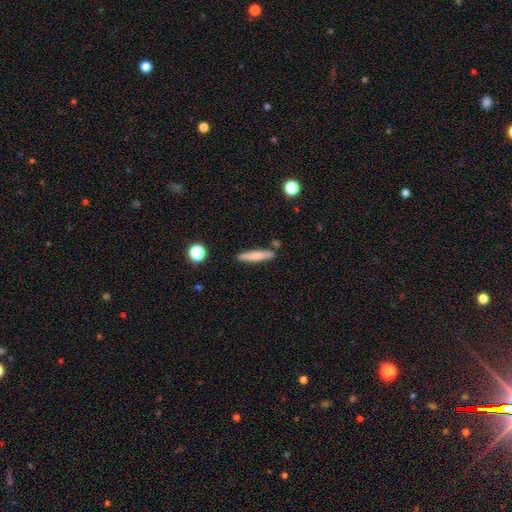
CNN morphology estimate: type=smooth (71%); roundness=cigar-shaped (91%); merging=none (84%).